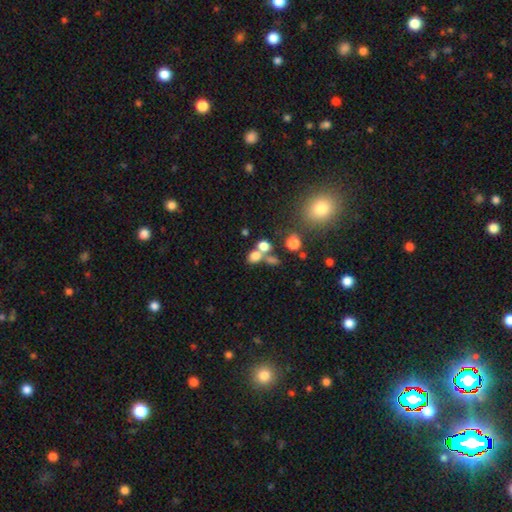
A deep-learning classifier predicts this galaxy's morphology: A smooth galaxy with no disk features (73%) that is round (60%). Merging: none (43%, tied with merger).